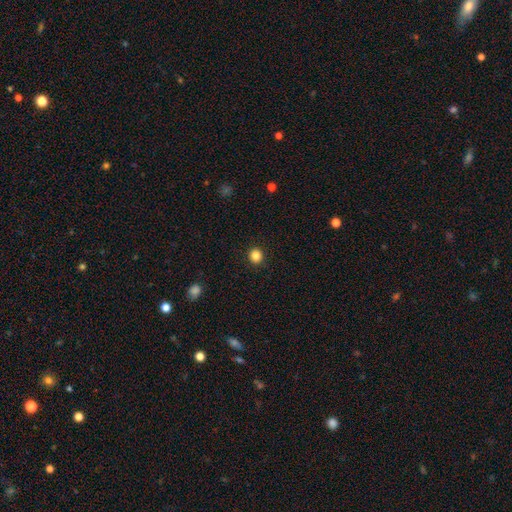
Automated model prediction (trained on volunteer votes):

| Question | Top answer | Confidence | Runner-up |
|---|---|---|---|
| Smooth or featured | smooth | 85% | star or artifact (11%) |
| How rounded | round | 87% | in between (12%) |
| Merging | none | 92% | minor disturbance (5%) |